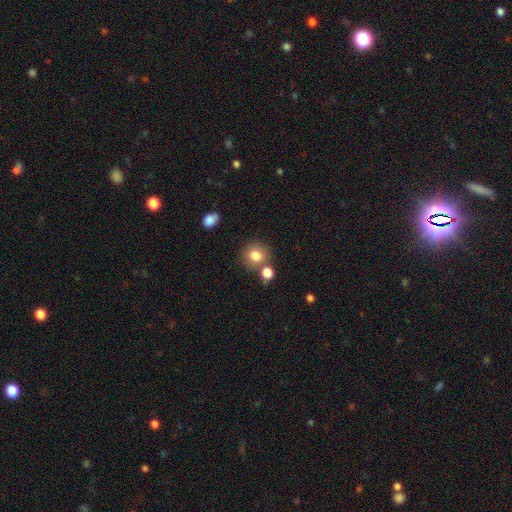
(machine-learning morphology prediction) smooth 80%, star or artifact 11%, featured or disk 9%. Down the decision tree: how rounded — round (81%); merging — none (70%).